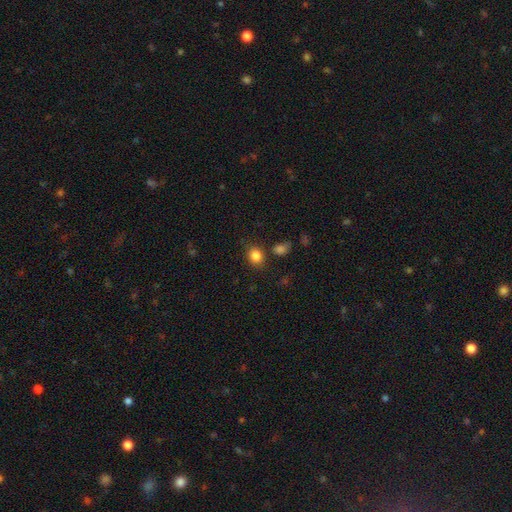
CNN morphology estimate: This is clearly a smooth galaxy (85%). How rounded: possibly round (54%). Merging: likely none (77%).